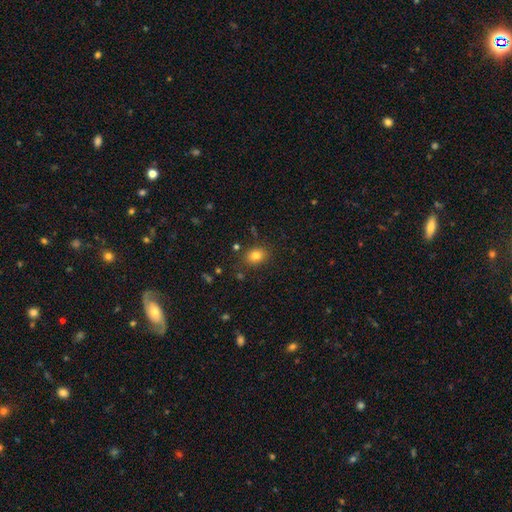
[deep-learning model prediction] Q: Smooth or featured?
A: smooth (81%); runner-up: star or artifact (12%)
Q: How rounded?
A: in between (59%); runner-up: round (40%)
Q: Merging?
A: none (82%); runner-up: minor disturbance (12%)